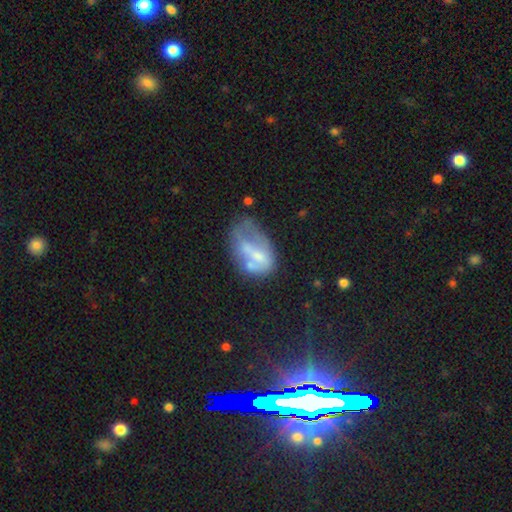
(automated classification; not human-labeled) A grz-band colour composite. It shows a featured or disk galaxy (45%). Merging: major disturbance (31%).